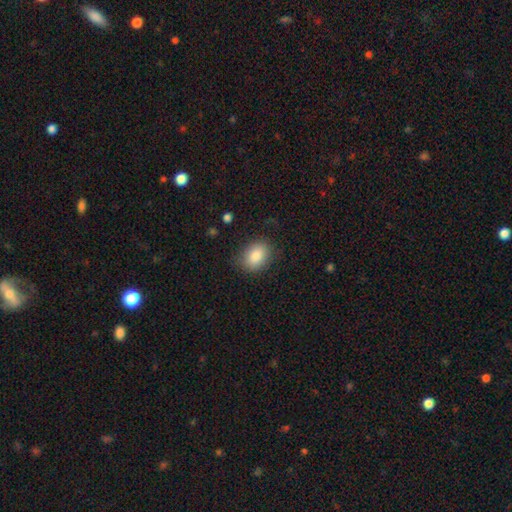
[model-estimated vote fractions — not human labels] Overall: smooth (86%). How rounded: in between (71%). Merging: none (80%).